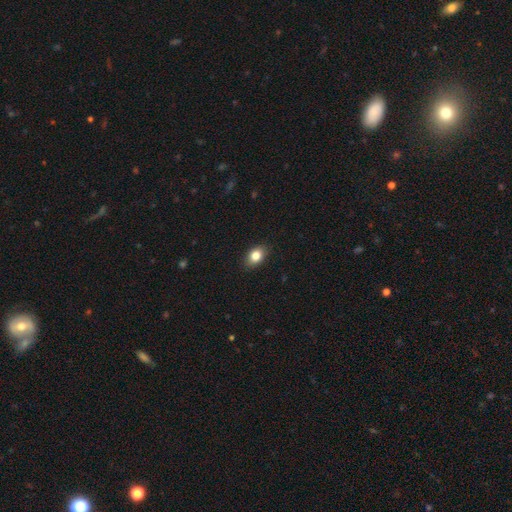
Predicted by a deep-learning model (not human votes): smooth_or_featured: smooth (p=0.83) [alt: star or artifact p=0.09]
how_rounded: in between (p=0.78) [alt: round p=0.20]
merging: none (p=0.87) [alt: minor disturbance p=0.10]